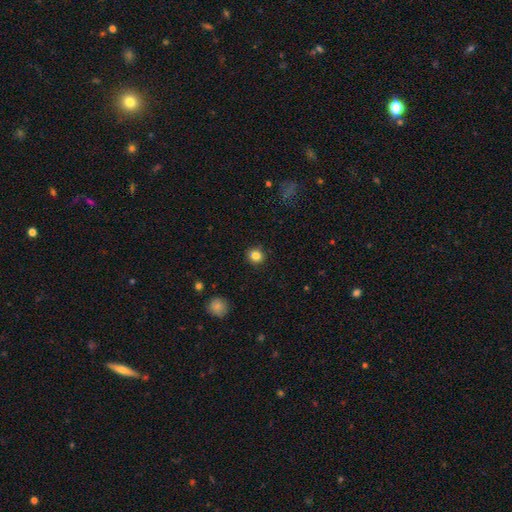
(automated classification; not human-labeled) Overall: smooth (83%). How rounded: round (89%). Merging: none (90%).